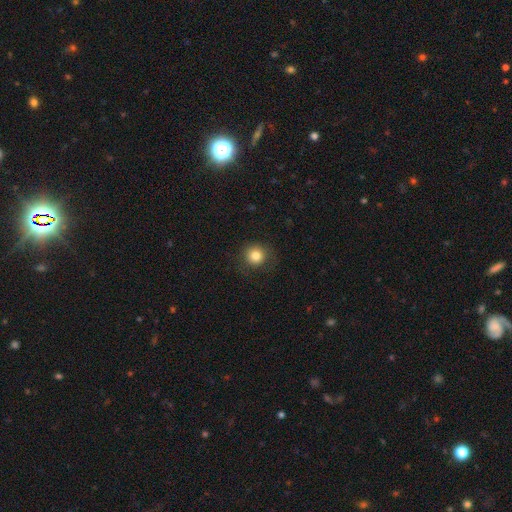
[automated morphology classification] Smooth or featured?
  - smooth: 83% *
  - star or artifact: 11%
  - featured or disk: 6%
How rounded?
  - round: 91% *
  - in between: 8%
  - cigar-shaped: 1%
Merging?
  - none: 83% *
  - minor disturbance: 11%
  - major disturbance: 5%
  - merger: 1%